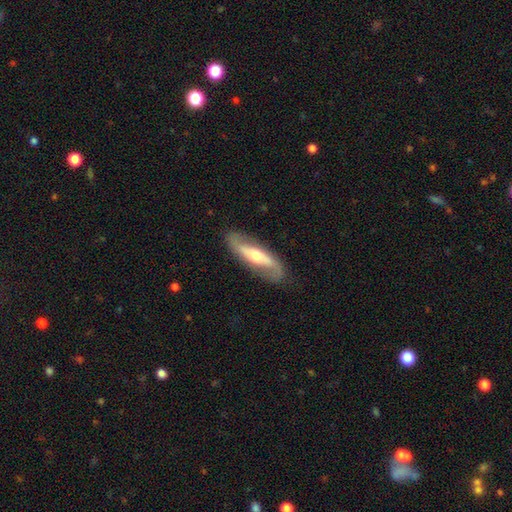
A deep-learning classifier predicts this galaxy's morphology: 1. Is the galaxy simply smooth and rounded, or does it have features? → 78% featured or disk, 17% smooth, 5% star or artifact.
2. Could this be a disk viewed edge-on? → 81% no, 19% yes.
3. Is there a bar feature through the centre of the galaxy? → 38% strong, 31% no, 31% weak.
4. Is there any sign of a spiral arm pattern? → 89% yes, 11% no.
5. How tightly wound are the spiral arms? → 53% loose, 32% medium, 15% tight.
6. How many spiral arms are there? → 90% 2, 5% can't tell, 2% 1, 1% 3, 1% 4, 1% more than 4.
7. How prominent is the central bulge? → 64% moderate, 27% small, 6% large, 1% none, 1% dominant.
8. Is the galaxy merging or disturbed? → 83% none, 12% minor disturbance, 4% major disturbance, 1% merger.